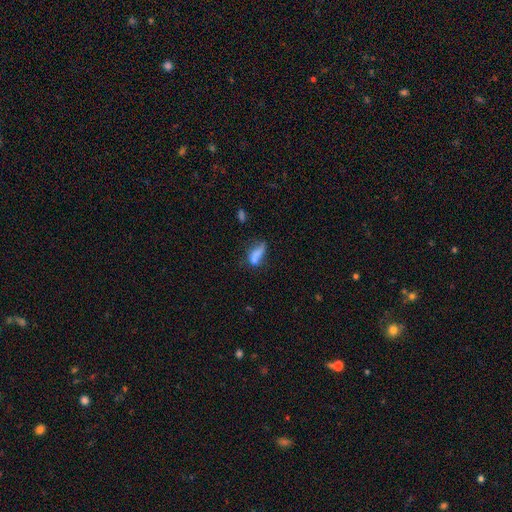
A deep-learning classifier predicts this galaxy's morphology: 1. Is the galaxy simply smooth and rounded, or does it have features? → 67% smooth, 22% featured or disk, 12% star or artifact.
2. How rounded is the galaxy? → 75% in between, 20% cigar-shaped, 5% round.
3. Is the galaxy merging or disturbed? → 30% none, 26% minor disturbance, 24% major disturbance, 20% merger.